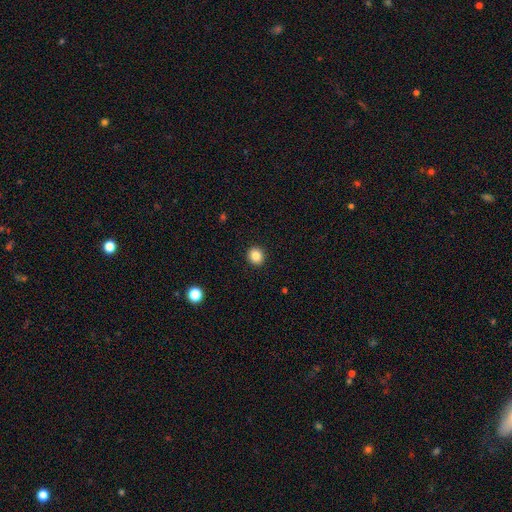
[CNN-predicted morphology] A smooth galaxy with no disk features (85%) that is round (84%). Merging: none (93%).